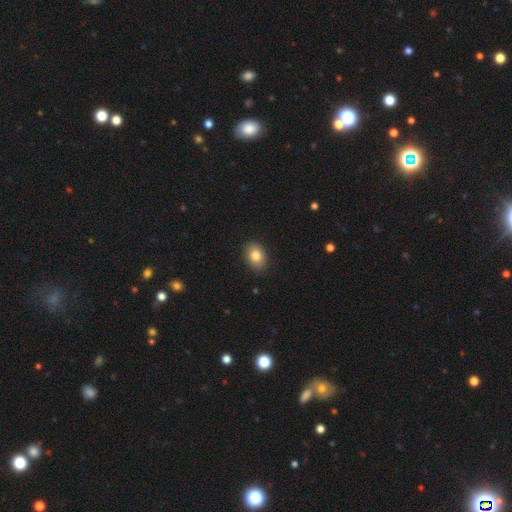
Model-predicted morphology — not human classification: Smooth or featured? smooth (83%)
How rounded? in between (75%)
Merging? none (87%)